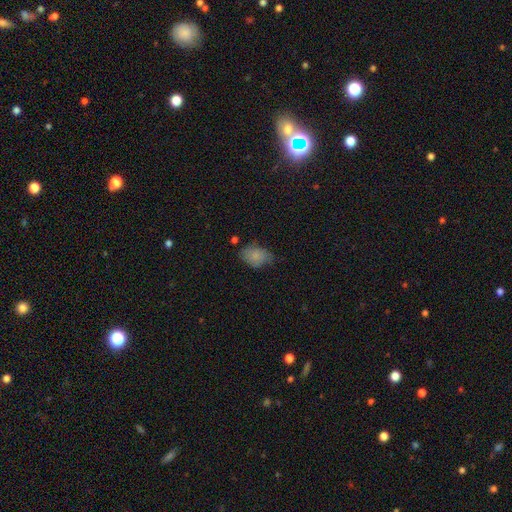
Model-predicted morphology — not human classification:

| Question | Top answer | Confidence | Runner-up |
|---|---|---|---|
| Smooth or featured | smooth | 79% | featured or disk (12%) |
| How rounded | in between | 80% | round (19%) |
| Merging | none | 57% | minor disturbance (32%) |